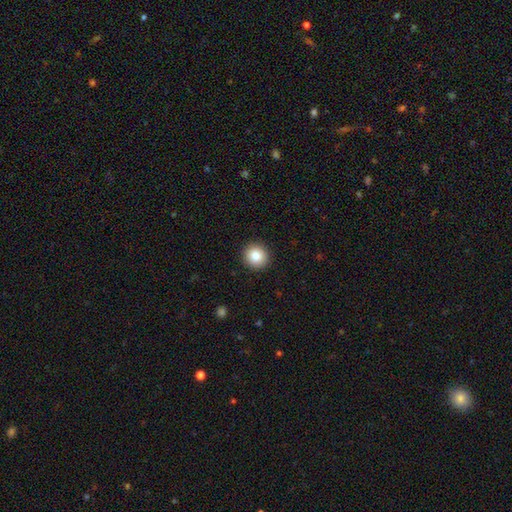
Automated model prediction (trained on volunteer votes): A smooth galaxy with no disk features (85%) that is round (92%). Merging: none (92%).